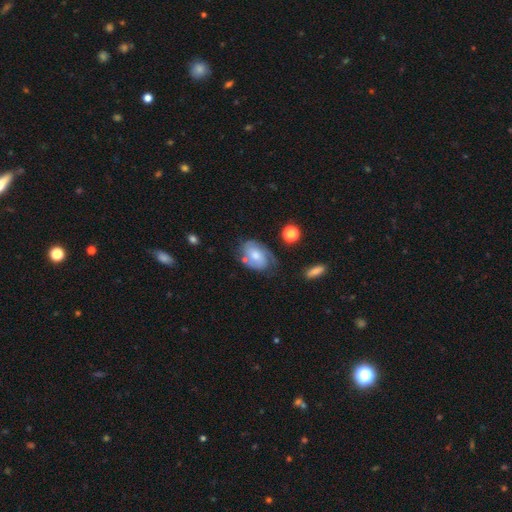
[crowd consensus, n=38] Smooth or featured?
  - featured or disk: 89% *
  - smooth: 11%
  - star or artifact: 0%
Edge-on disk?
  - no: 94% *
  - yes: 6%
Bar?
  - no: 69% *
  - weak: 19%
  - strong: 12%
Spiral arms?
  - yes: 94% *
  - no: 6%
Spiral winding?
  - medium: 57% *
  - tight: 27%
  - loose: 17%
Spiral arm count?
  - 2: 77% *
  - can't tell: 17%
  - 1: 7%
  - 3: 0%
  - 4: 0%
  - more than 4: 0%
Bulge size?
  - moderate: 59% *
  - large: 19%
  - small: 12%
  - none: 9%
  - dominant: 0%
Merging?
  - none: 74% *
  - minor disturbance: 18%
  - major disturbance: 8%
  - merger: 0%